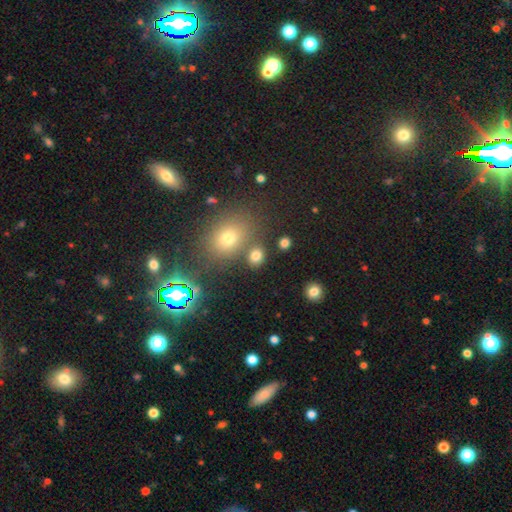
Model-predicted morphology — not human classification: The model was most divided on "how rounded": round: 58%, in between: 40%, cigar-shaped: 2%. More confident: smooth or featured — smooth (75%); merging — none (72%).